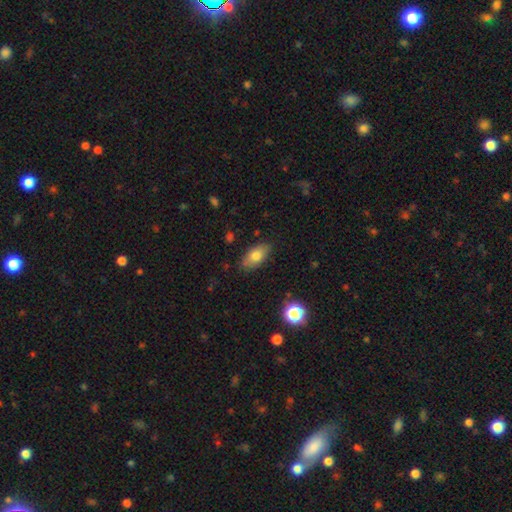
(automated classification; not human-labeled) Smooth or featured? Predicted: smooth (p=0.75). How rounded? Predicted: in between (p=0.90). Merging? Predicted: none (p=0.82).